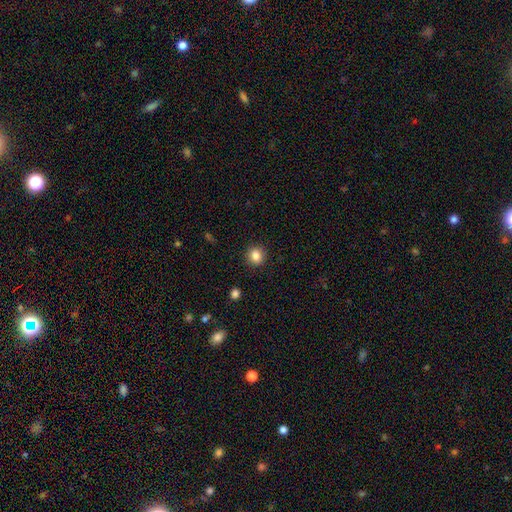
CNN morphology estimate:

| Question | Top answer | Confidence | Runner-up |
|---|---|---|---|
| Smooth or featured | smooth | 84% | star or artifact (11%) |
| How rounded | round | 87% | in between (12%) |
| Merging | none | 91% | minor disturbance (6%) |